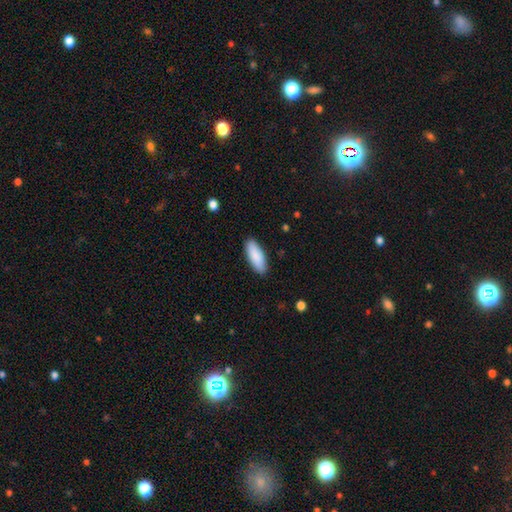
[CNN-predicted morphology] smooth 89%, featured or disk 5%, star or artifact 5%. Down the decision tree: how rounded — in between (70%); merging — none (89%).